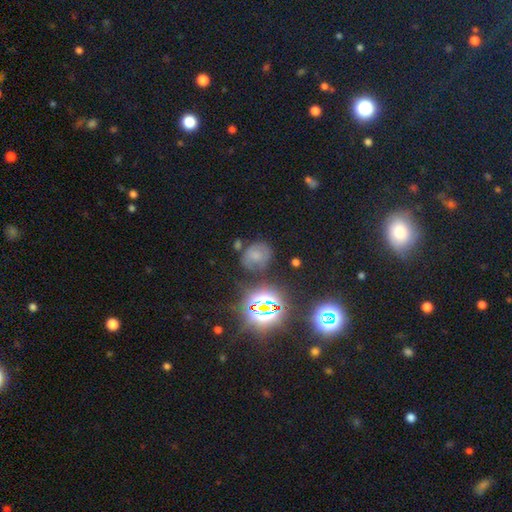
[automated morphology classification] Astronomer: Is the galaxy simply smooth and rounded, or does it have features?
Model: smooth — 56%.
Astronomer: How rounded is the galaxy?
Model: round — 61% (runner-up: in between, 37%).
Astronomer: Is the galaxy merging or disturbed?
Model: none — 61%.